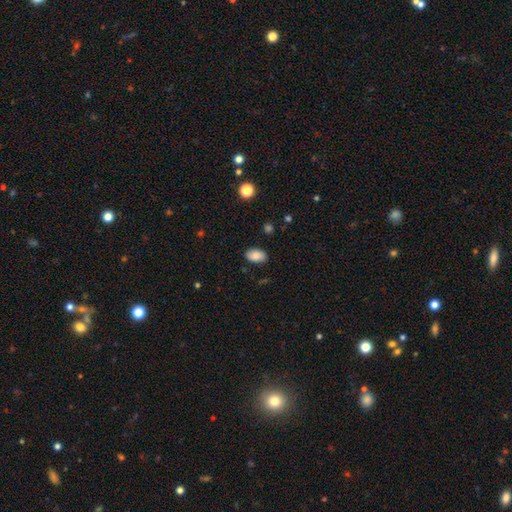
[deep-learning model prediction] smooth-or-featured: smooth: 87% | star or artifact: 8% | featured or disk: 5%
  how-rounded: in between: 92% | round: 7% | cigar-shaped: 1%
  merging: none: 86% | minor disturbance: 10% | major disturbance: 2% | merger: 1%